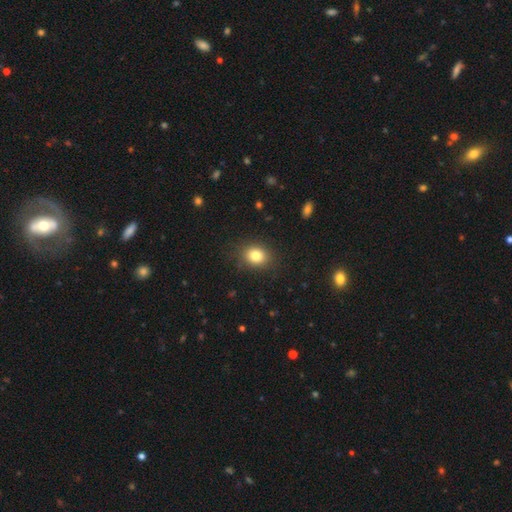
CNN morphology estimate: Smooth or featured? Predicted: smooth (p=0.82). How rounded? Predicted: round (p=0.55). Merging? Predicted: none (p=0.86).